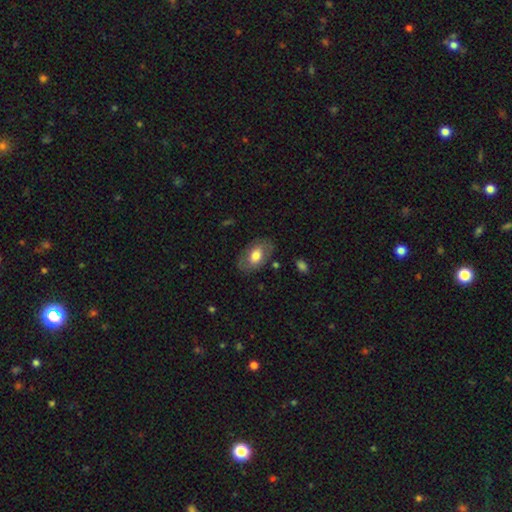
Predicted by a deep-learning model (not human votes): This appears to be a smooth galaxy with no disk features (63%) that is in between round and cigar-shaped (89%). Merging: none (77%).